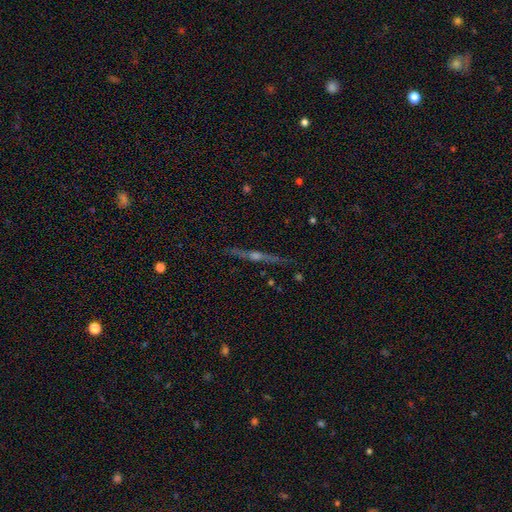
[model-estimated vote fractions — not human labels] This appears to be a featured or disk galaxy (66%) viewed edge-on (92%) with a rounded central bulge (86%). Merging: none (86%).